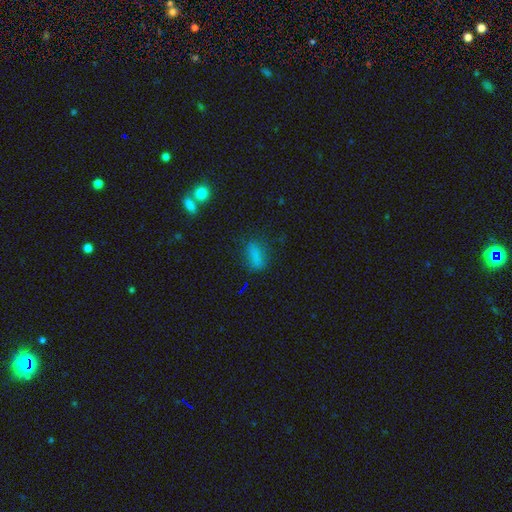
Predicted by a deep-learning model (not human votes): Smooth or featured?
  - smooth: 76% *
  - star or artifact: 15%
  - featured or disk: 9%
How rounded?
  - in between: 70% *
  - cigar-shaped: 22%
  - round: 9%
Merging?
  - none: 74% *
  - minor disturbance: 17%
  - major disturbance: 6%
  - merger: 3%